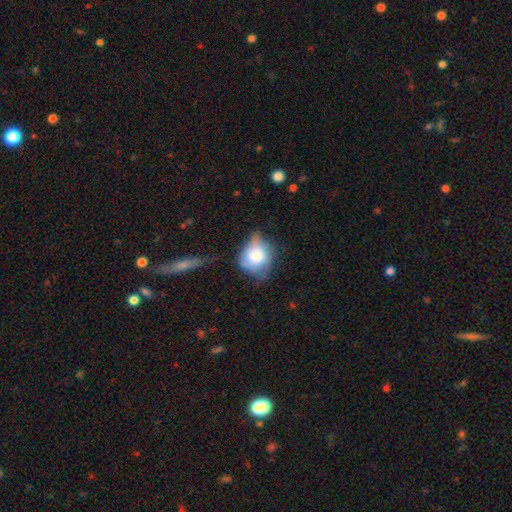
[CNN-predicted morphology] smooth_or_featured: smooth (p=0.67) [alt: featured or disk p=0.24]
how_rounded: round (p=0.61) [alt: in between p=0.37]
merging: minor disturbance (p=0.37) [alt: none p=0.35]